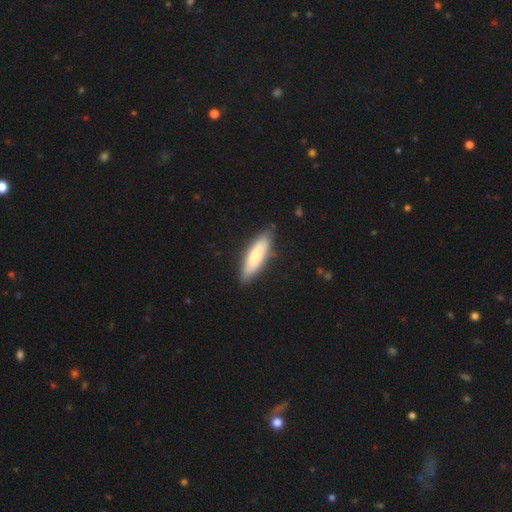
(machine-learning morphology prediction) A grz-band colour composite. It shows a smooth galaxy with no disk features (76%) that is cigar-shaped (58%). Merging: none (83%).